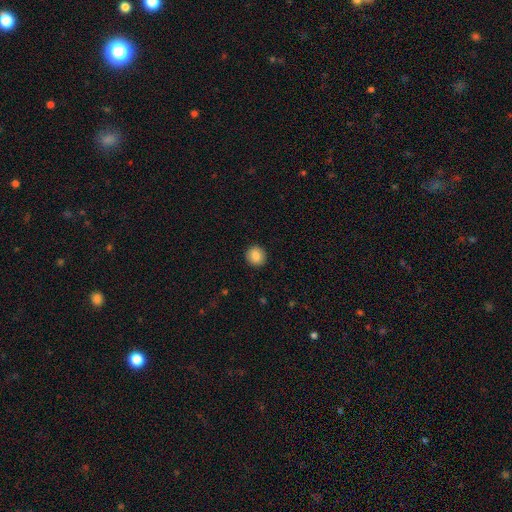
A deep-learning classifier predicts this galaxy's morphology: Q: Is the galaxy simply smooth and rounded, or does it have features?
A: smooth — 86%.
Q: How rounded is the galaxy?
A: round — 91%.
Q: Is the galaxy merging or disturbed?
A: none — 93%.